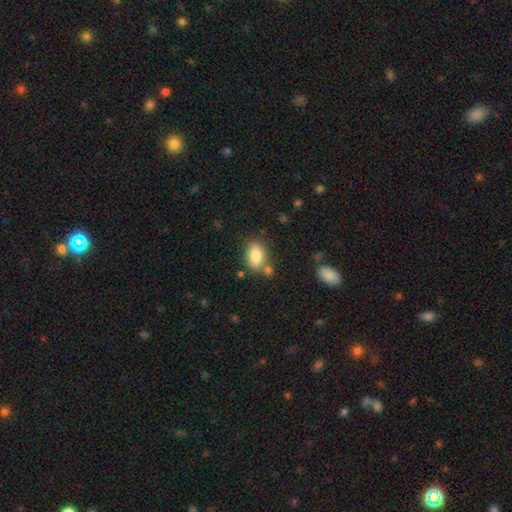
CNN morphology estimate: smooth 84%, featured or disk 8%, star or artifact 8%. Down the decision tree: how rounded — in between (87%); merging — none (65%).